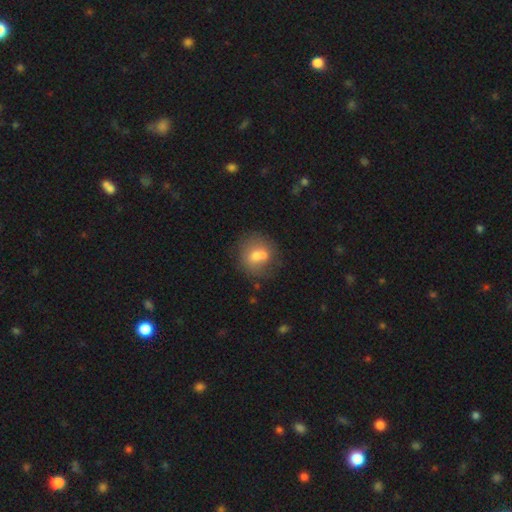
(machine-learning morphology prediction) type=smooth (66%); roundness=round (78%); merging=none (48%).